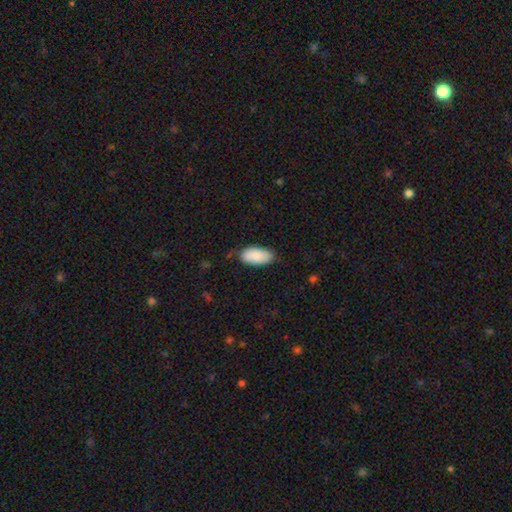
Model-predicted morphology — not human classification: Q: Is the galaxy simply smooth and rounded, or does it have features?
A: smooth — 87%.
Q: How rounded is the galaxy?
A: in between — 94%.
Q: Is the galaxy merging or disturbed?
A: none — 76%.